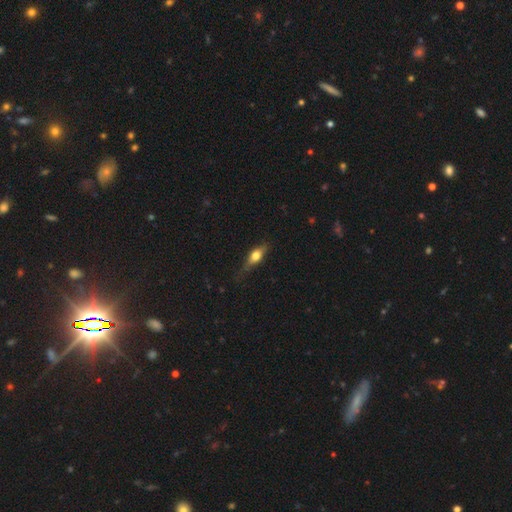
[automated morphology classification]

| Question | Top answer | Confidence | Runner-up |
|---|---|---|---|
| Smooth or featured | smooth | 51% | featured or disk (42%) |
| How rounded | in between | 56% | cigar-shaped (38%) |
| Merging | none | 70% | minor disturbance (23%) |